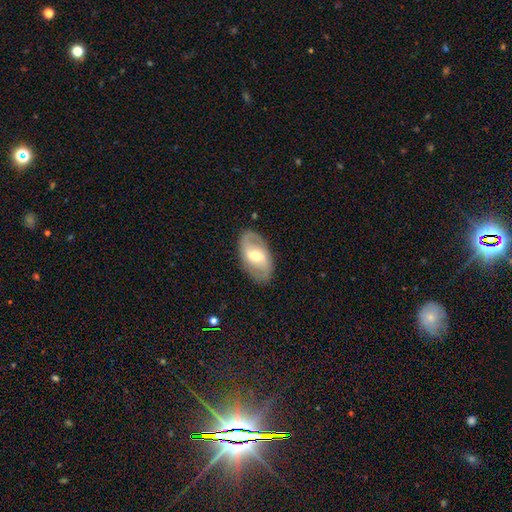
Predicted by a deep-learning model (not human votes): Overall: featured or disk (70%). Edge-on disk: no (94%). Bar: weak (48%; strong 32%). Spiral arms: yes (75%). Bulge size: moderate (64%; small 27%). Merging: none (85%).